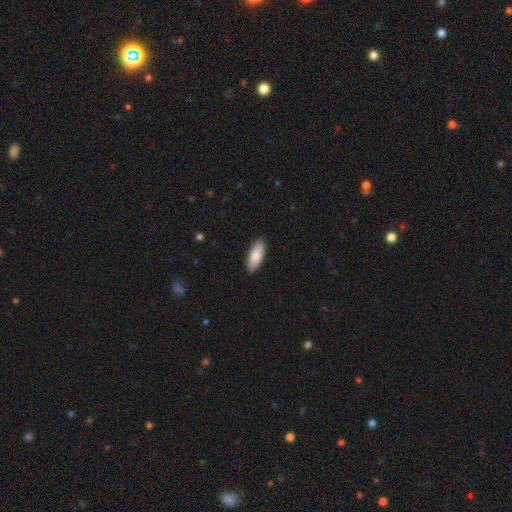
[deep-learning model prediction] smooth 86%, featured or disk 9%, star or artifact 5%. Down the decision tree: how rounded — in between (81%); merging — none (89%).